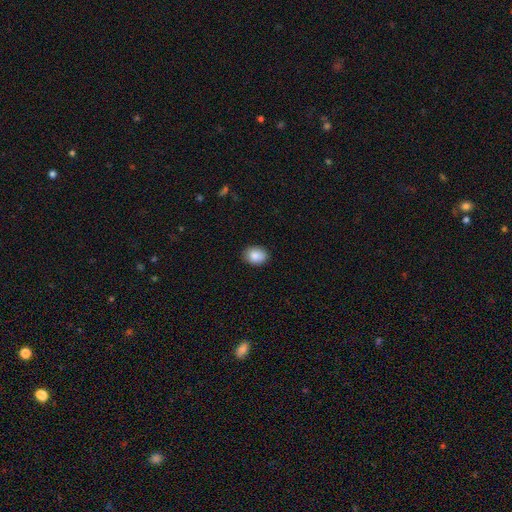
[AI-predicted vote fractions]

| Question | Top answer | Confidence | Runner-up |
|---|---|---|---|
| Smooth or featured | smooth | 88% | star or artifact (8%) |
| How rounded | in between | 60% | round (39%) |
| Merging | none | 88% | minor disturbance (9%) |